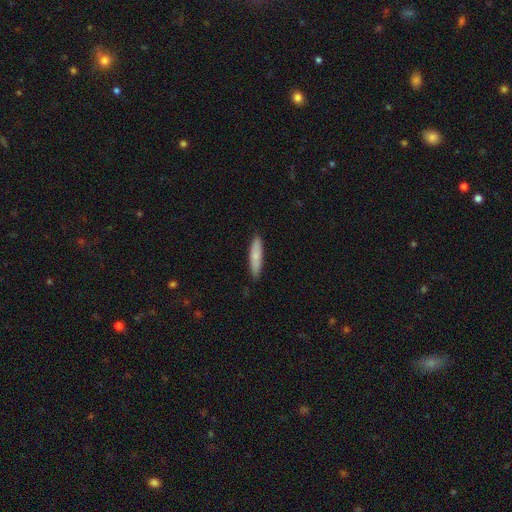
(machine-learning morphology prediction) Q: Smooth or featured?
A: smooth (75%); runner-up: featured or disk (19%)
Q: How rounded?
A: cigar-shaped (78%); runner-up: in between (20%)
Q: Merging?
A: none (87%); runner-up: minor disturbance (11%)